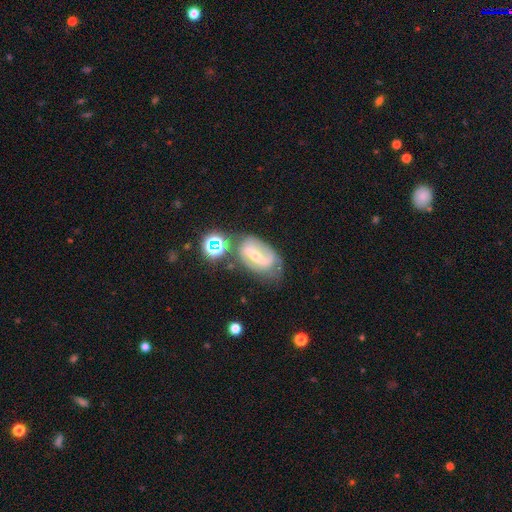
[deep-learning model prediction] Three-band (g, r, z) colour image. It shows a featured or disk galaxy (75%) with a strong bar (61%), 2 (71%) medium (39%) spiral arms (81%) and a small central bulge (53%). Merging: none (54%).